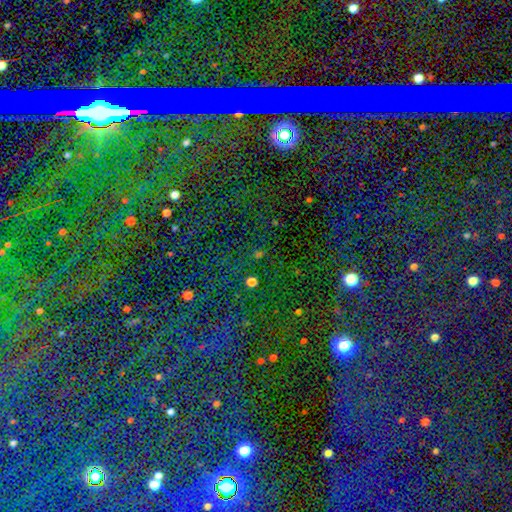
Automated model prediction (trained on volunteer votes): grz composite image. It shows a star or artifact, not a galaxy (82%).